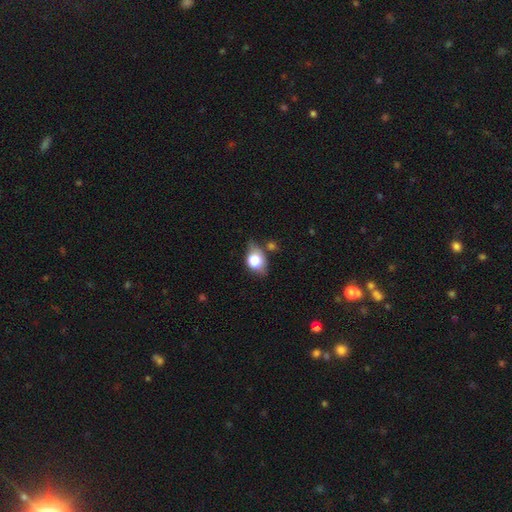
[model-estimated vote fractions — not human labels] This appears to be a smooth galaxy with no disk features (69%) that is in between round and cigar-shaped (65%). Merging: none (52%).